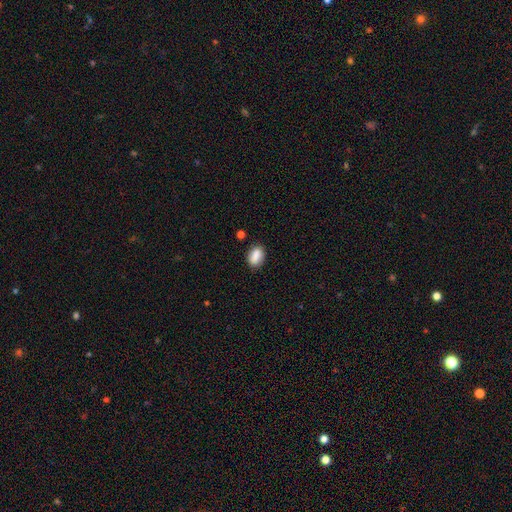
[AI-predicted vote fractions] smooth 85%, star or artifact 8%, featured or disk 7%. Down the decision tree: how rounded — in between (84%); merging — none (78%).